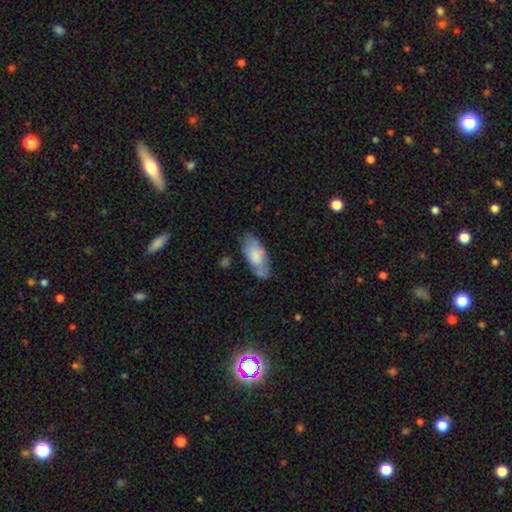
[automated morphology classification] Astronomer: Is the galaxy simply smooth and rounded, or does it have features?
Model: smooth — 73%.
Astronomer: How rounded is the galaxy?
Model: in between — 87%.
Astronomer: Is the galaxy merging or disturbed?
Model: none — 60%.